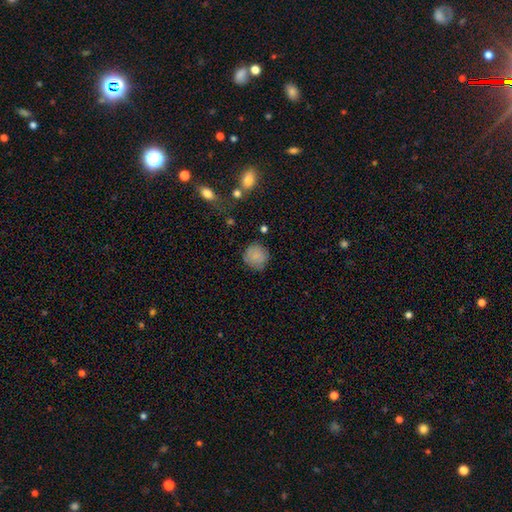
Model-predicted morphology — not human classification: smooth 83%, featured or disk 9%, star or artifact 9%. Down the decision tree: how rounded — round (90%); merging — none (78%).